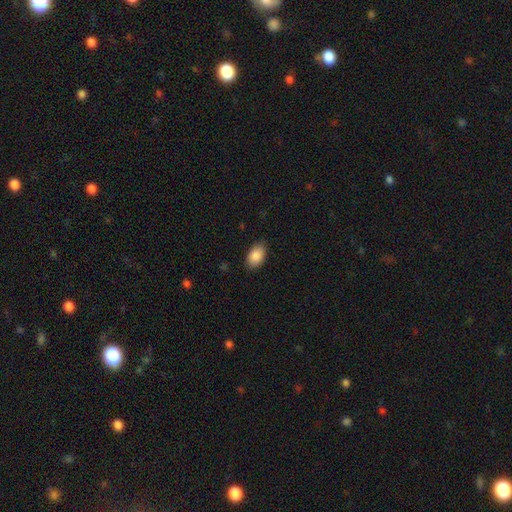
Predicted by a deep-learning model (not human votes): Smooth or featured?
  - smooth: 88% *
  - star or artifact: 7%
  - featured or disk: 5%
How rounded?
  - in between: 92% *
  - round: 7%
  - cigar-shaped: 1%
Merging?
  - none: 85% *
  - minor disturbance: 11%
  - major disturbance: 2%
  - merger: 1%